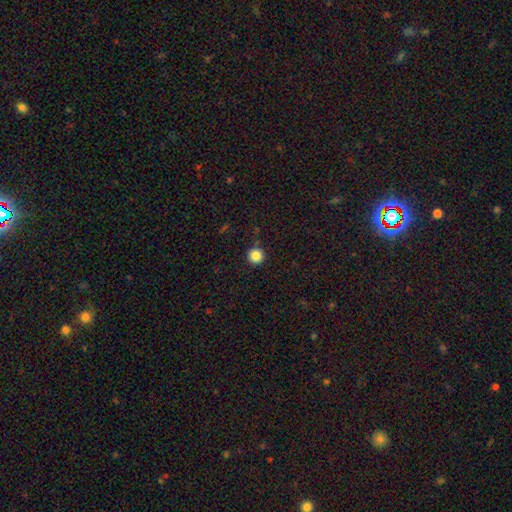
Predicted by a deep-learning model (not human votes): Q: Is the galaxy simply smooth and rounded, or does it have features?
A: smooth — 85%.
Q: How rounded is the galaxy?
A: round — 96%.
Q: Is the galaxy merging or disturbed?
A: none — 91%.